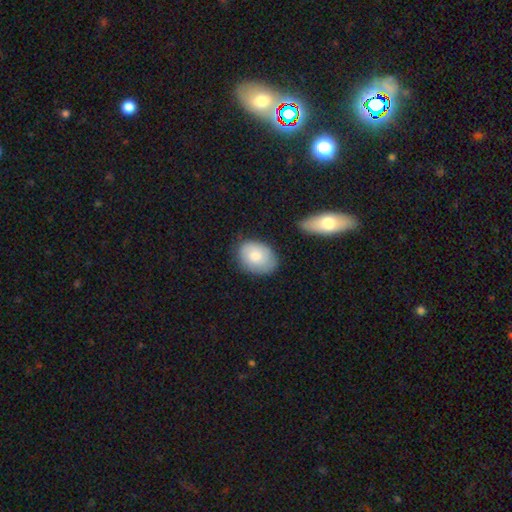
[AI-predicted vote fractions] This appears to be a smooth galaxy with no disk features (72%) that is in between round and cigar-shaped (74%). Merging: none (75%).